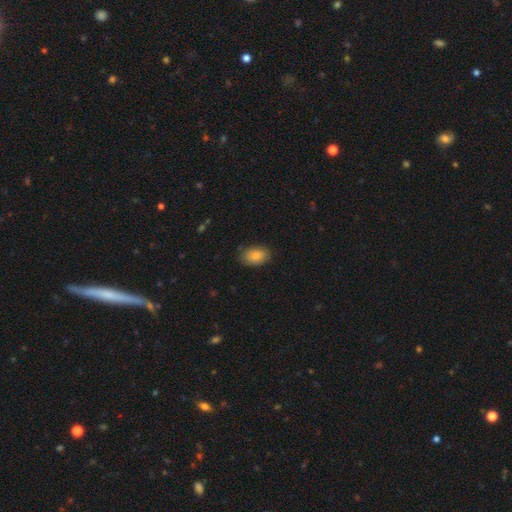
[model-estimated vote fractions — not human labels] Q: Smooth or featured?
A: smooth (82%); runner-up: featured or disk (11%)
Q: How rounded?
A: in between (88%); runner-up: round (11%)
Q: Merging?
A: none (80%); runner-up: minor disturbance (16%)